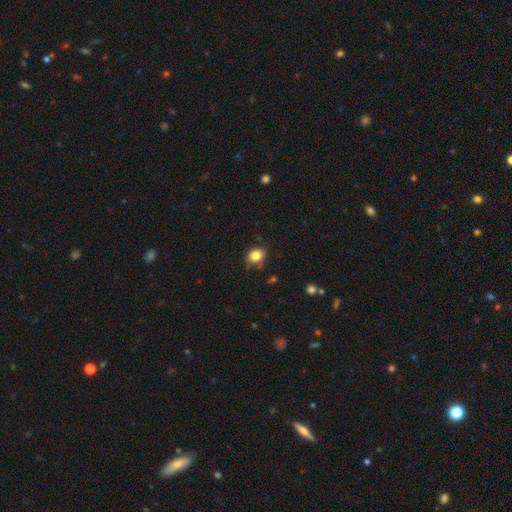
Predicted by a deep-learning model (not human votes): A smooth galaxy with no disk features (83%) that is round (52%).

Vote fractions:
- Smooth or featured? smooth: 83% / star or artifact: 10% / featured or disk: 7%
- How rounded? round: 52% / in between: 47% / cigar-shaped: 1%
- Merging? none: 76% / minor disturbance: 18% / major disturbance: 4% / merger: 2%